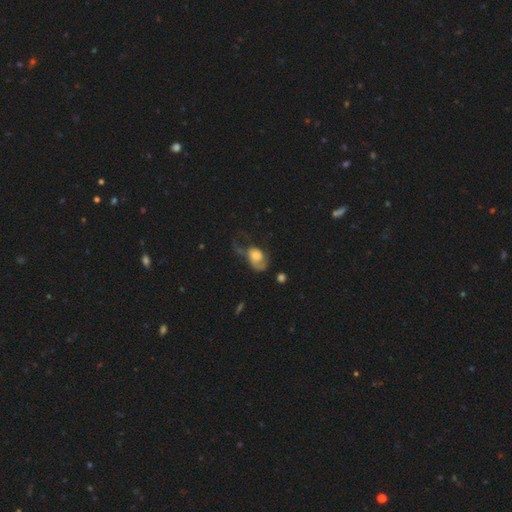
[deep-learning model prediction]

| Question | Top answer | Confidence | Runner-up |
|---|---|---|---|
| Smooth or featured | smooth | 50% | featured or disk (42%) |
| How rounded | in between | 70% | round (28%) |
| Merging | major disturbance | 51% | minor disturbance (23%) |